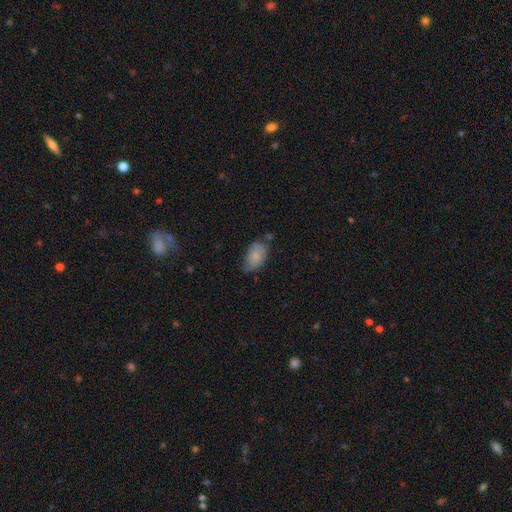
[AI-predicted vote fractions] A smooth galaxy with no disk features (78%) that is in between round and cigar-shaped (91%). Merging: none (51%).